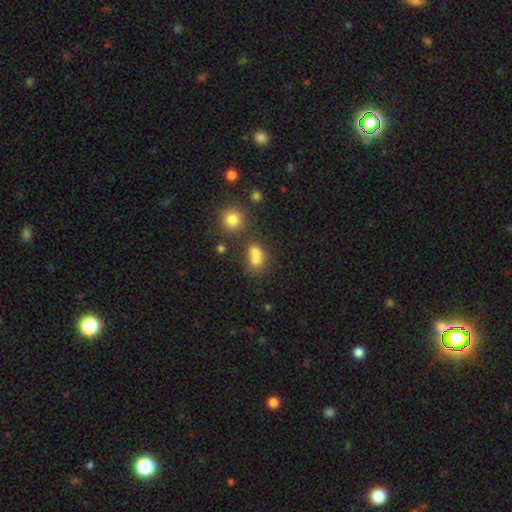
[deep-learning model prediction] Smooth or featured? Predicted: smooth (p=0.71). How rounded? Predicted: round (p=0.56). Merging? Predicted: merger (p=0.58).